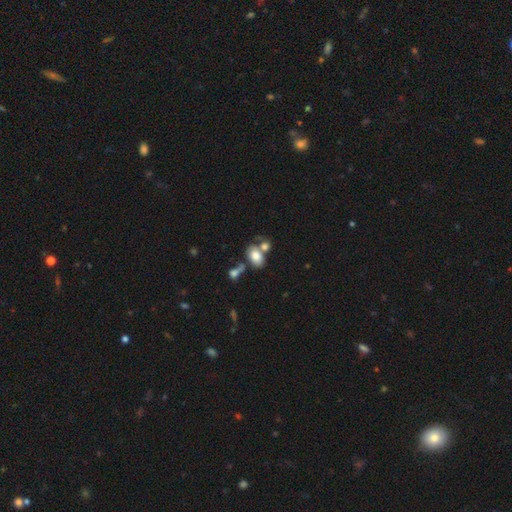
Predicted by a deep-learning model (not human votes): Smooth or featured? Predicted: smooth (p=0.75). How rounded? Predicted: in between (p=0.80). Merging? Predicted: merger (p=0.43).